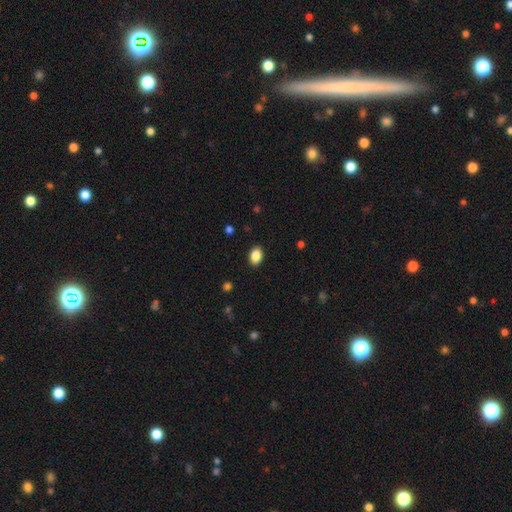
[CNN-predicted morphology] Overall: smooth (88%). How rounded: in between (84%). Merging: none (89%).